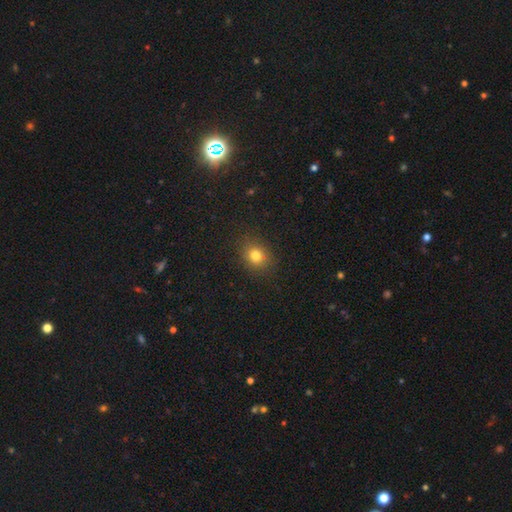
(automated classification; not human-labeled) Smooth or featured? smooth (79%)
How rounded? round (66%)
Merging? none (87%)